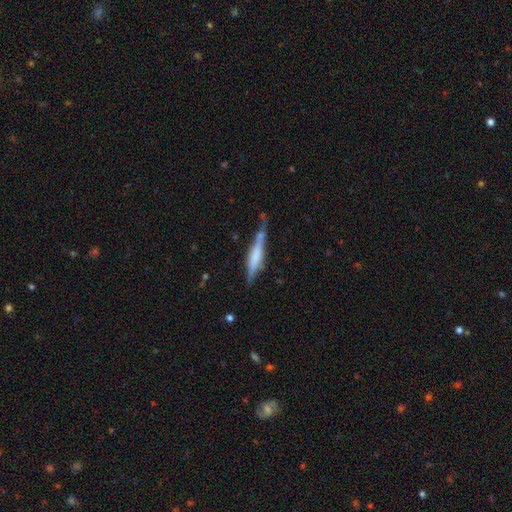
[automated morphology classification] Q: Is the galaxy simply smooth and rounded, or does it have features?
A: featured or disk — 58%.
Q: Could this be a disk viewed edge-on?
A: yes — 94%.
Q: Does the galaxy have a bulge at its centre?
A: boxy — 49%.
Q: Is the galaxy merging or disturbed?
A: none — 62%.